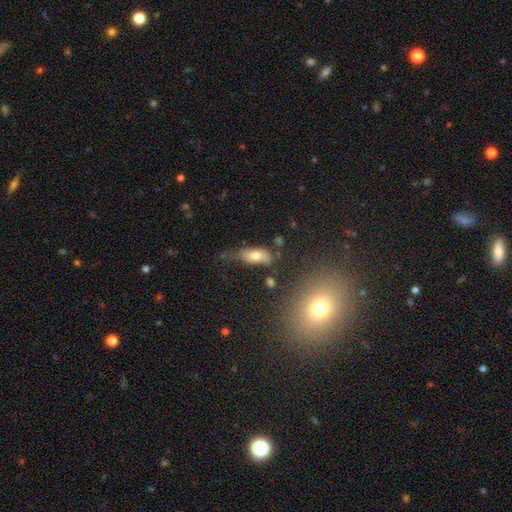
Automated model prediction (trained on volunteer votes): Smooth or featured?
  - smooth: 70% *
  - featured or disk: 19%
  - star or artifact: 11%
How rounded?
  - in between: 79% *
  - cigar-shaped: 17%
  - round: 5%
Merging?
  - none: 44% *
  - minor disturbance: 31%
  - major disturbance: 18%
  - merger: 7%